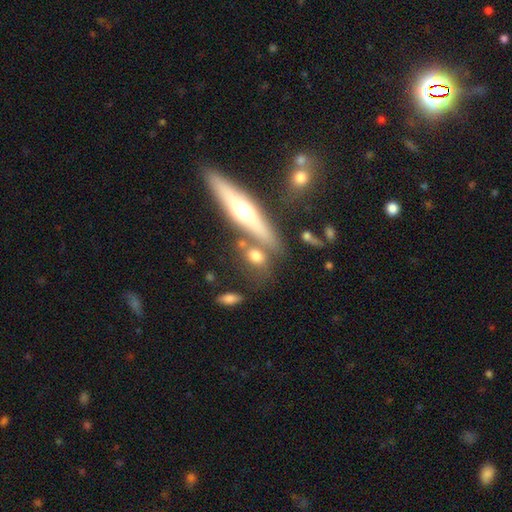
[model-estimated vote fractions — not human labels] This is likely a smooth galaxy (68%). How rounded: marginally in between (45%). Merging: possibly none (57%).